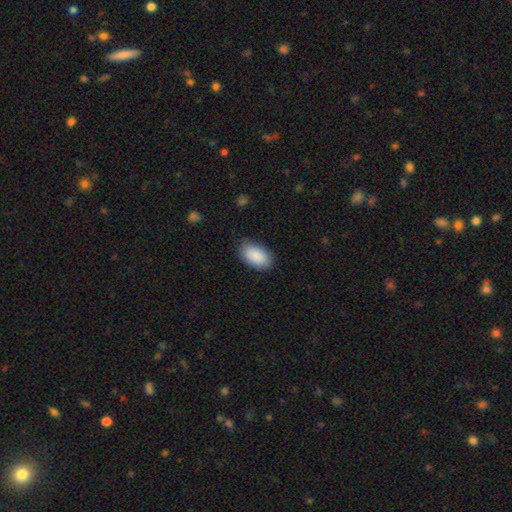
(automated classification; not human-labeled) This is clearly a smooth galaxy (90%). How rounded: clearly in between (94%). Merging: clearly none (82%).